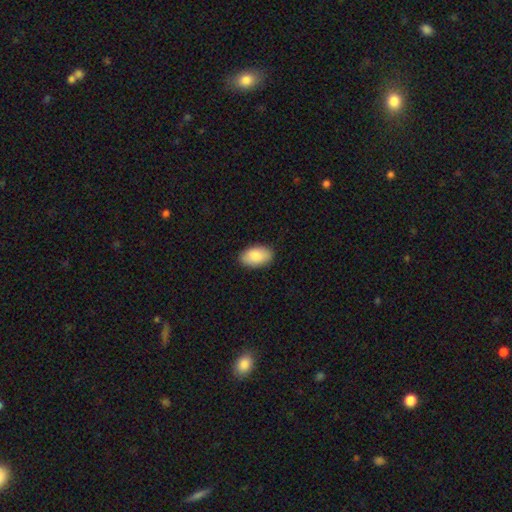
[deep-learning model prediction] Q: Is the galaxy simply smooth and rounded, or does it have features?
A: smooth — 86%.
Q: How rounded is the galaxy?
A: in between — 94%.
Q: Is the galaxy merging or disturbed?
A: none — 88%.